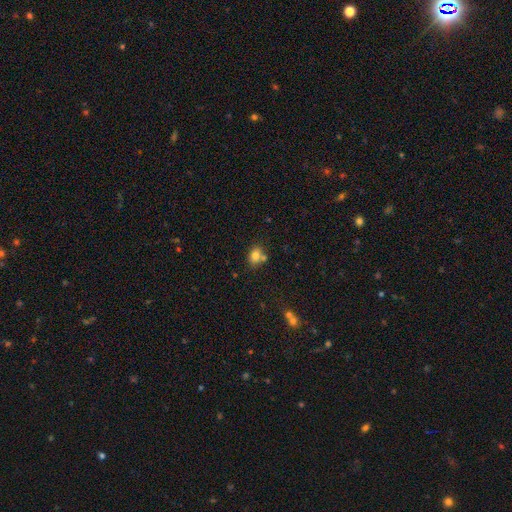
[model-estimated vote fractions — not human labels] A smooth galaxy with no disk features (78%) that is in between round and cigar-shaped (67%).

Vote fractions:
- Smooth or featured? smooth: 78% / star or artifact: 11% / featured or disk: 11%
- How rounded? in between: 67% / round: 31% / cigar-shaped: 2%
- Merging? none: 56% / merger: 26% / minor disturbance: 14% / major disturbance: 4%